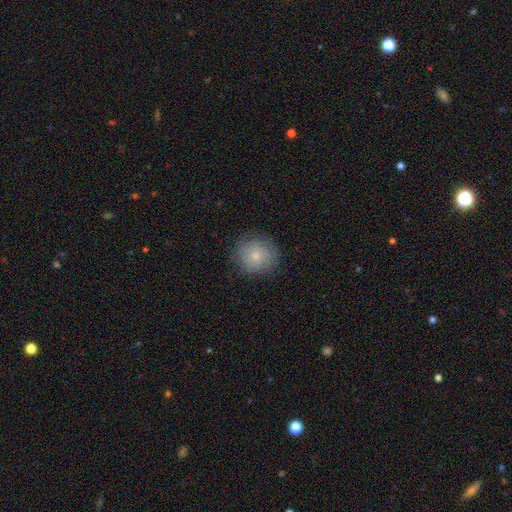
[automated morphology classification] The model was most divided on "smooth or featured": smooth: 69%, featured or disk: 23%, star or artifact: 8%. More confident: how rounded — round (89%); merging — none (81%).